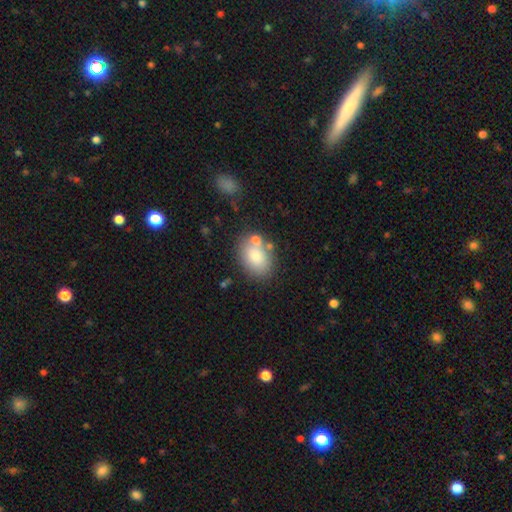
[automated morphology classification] smooth_or_featured: smooth (p=0.79) [alt: featured or disk p=0.13]
how_rounded: in between (p=0.78) [alt: round p=0.21]
merging: none (p=0.64) [alt: minor disturbance p=0.16]